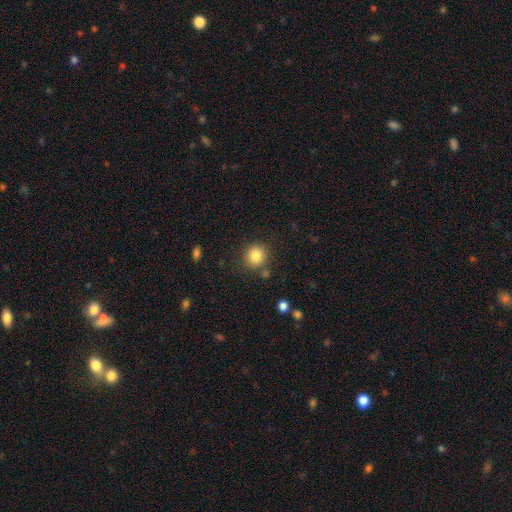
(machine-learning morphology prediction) Smooth or featured: smooth — 84% (star or artifact — 10%)
How rounded: round — 86% (in between — 13%)
Merging: none — 81% (minor disturbance — 11%)